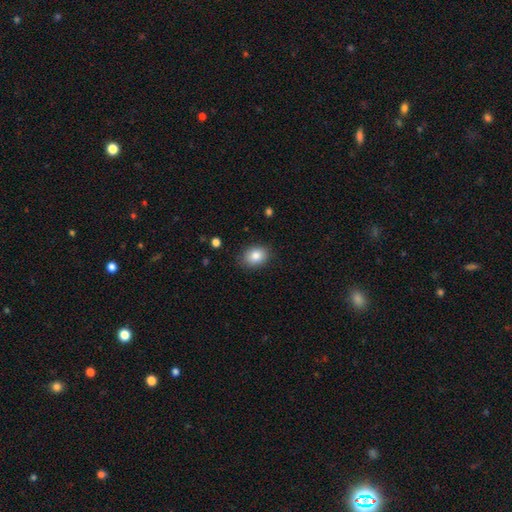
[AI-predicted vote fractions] smooth-or-featured: smooth: 85% | star or artifact: 8% | featured or disk: 7%
  how-rounded: in between: 65% | round: 34% | cigar-shaped: 1%
  merging: none: 84% | minor disturbance: 12% | major disturbance: 3% | merger: 1%